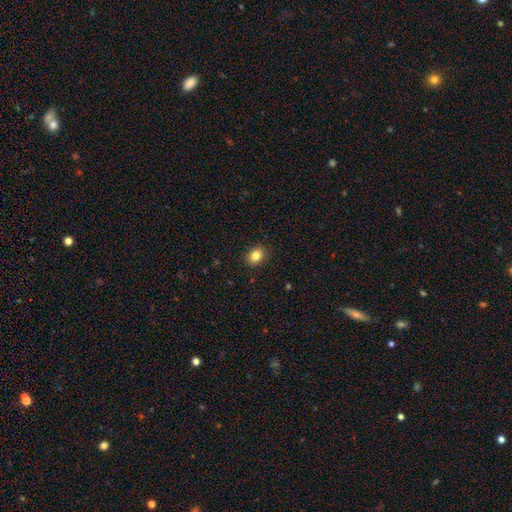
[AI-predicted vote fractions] Overall: smooth (83%). How rounded: in between (59%; round 40%). Merging: none (90%).